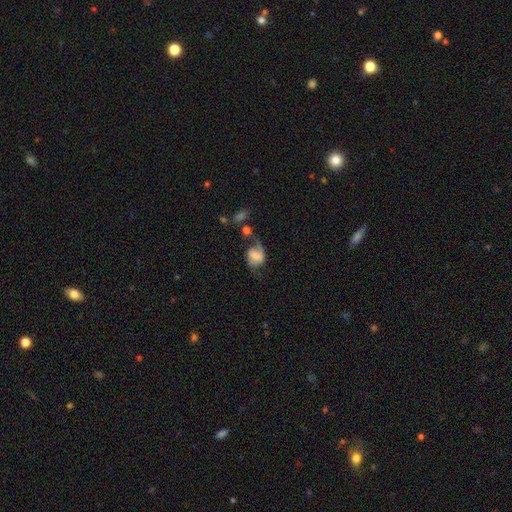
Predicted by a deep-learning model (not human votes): Smooth or featured?
  - featured or disk: 51% *
  - smooth: 41%
  - star or artifact: 8%
Edge-on disk?
  - no: 97% *
  - yes: 3%
Merging?
  - none: 35% *
  - major disturbance: 31%
  - minor disturbance: 23%
  - merger: 12%